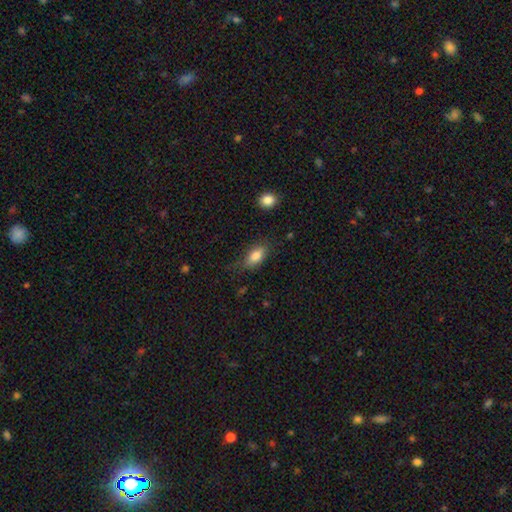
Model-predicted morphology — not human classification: Smooth or featured? smooth (82%)
How rounded? in between (86%)
Merging? none (67%)